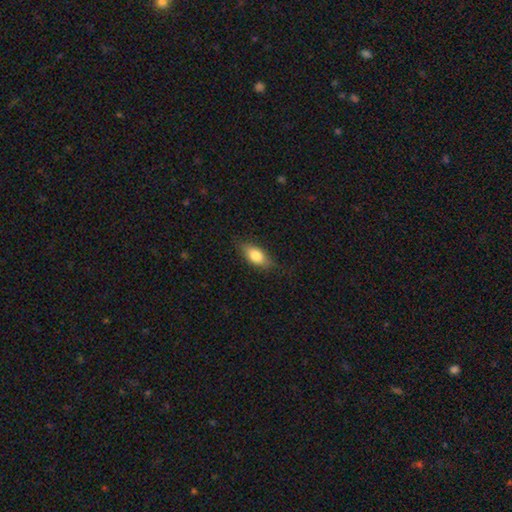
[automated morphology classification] Smooth or featured? smooth (78%)
How rounded? in between (85%)
Merging? none (78%)